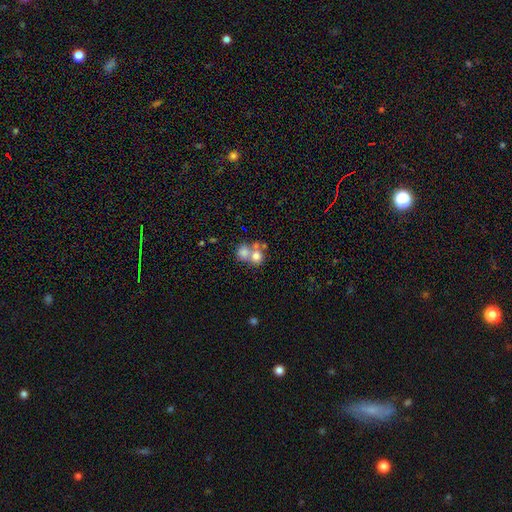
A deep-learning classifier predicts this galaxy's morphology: Smooth or featured? smooth (69%)
How rounded? round (77%)
Merging? merger (58%)